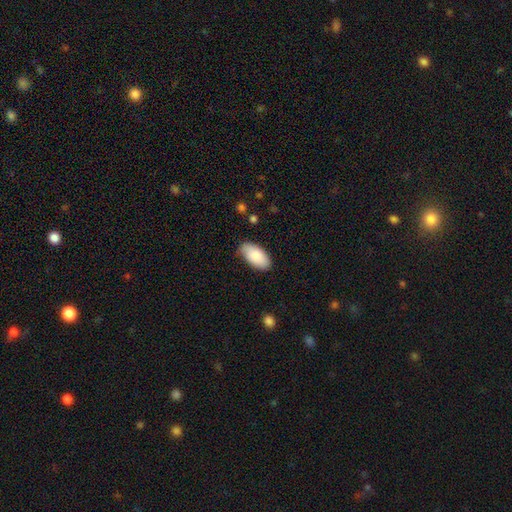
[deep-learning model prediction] Smooth or featured? smooth (86%)
How rounded? in between (95%)
Merging? none (77%)